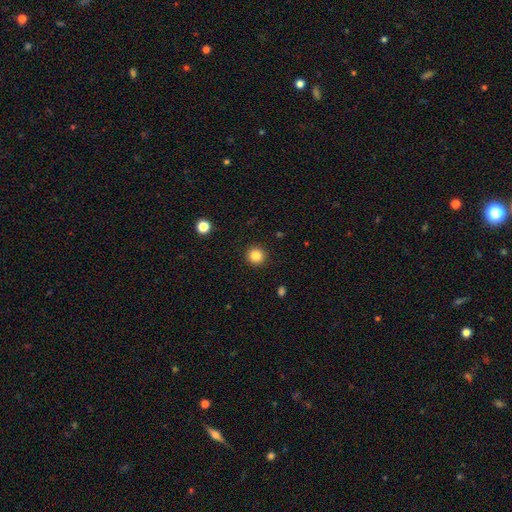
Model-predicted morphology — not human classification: Q: Smooth or featured?
A: smooth (85%); runner-up: star or artifact (11%)
Q: How rounded?
A: round (95%); runner-up: in between (4%)
Q: Merging?
A: none (92%); runner-up: minor disturbance (5%)